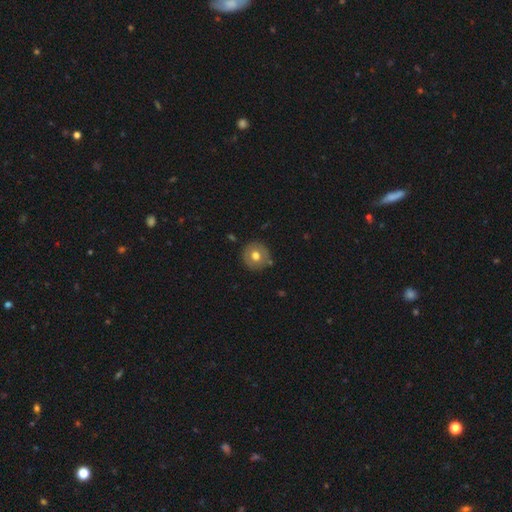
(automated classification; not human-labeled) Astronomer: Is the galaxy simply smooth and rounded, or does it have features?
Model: smooth — 65%.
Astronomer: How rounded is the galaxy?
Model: round — 93%.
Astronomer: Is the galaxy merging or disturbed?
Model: none — 85%.